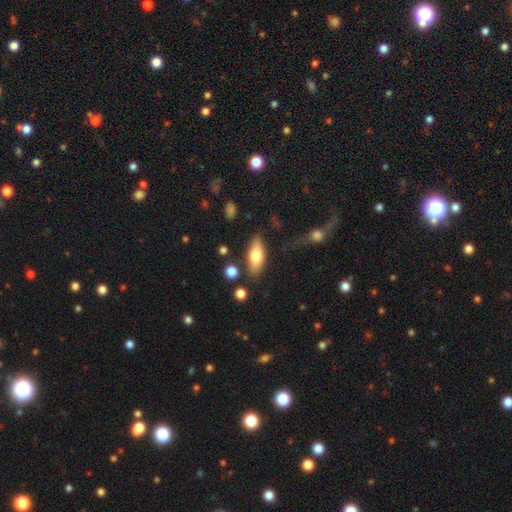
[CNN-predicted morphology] Overall: smooth (67%). How rounded: in between (73%). Merging: none (77%).